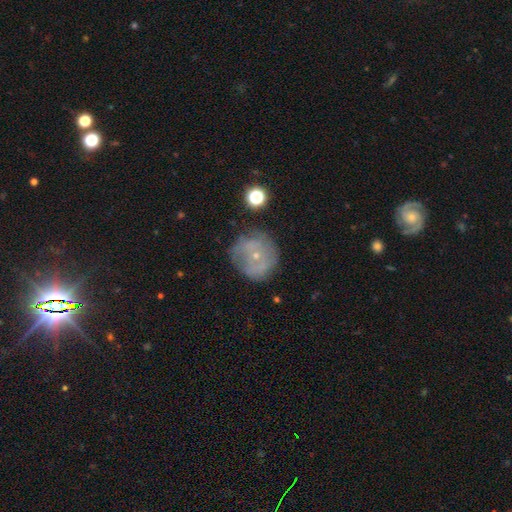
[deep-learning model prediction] Smooth or featured?
  - featured or disk: 50% *
  - smooth: 38%
  - star or artifact: 12%
Merging?
  - none: 68% *
  - minor disturbance: 20%
  - major disturbance: 8%
  - merger: 4%